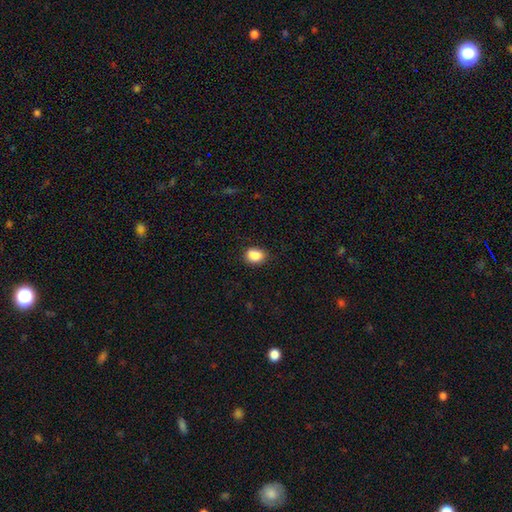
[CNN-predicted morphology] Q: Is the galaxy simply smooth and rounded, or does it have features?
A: smooth — 88%.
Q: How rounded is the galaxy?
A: in between — 65%.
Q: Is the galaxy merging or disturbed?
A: none — 79%.